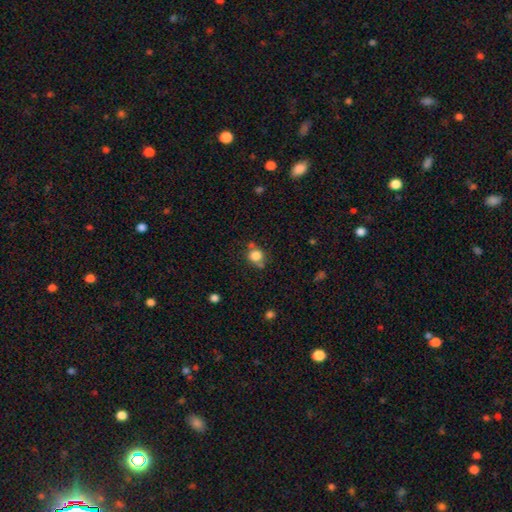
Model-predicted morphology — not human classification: This is clearly a smooth galaxy (80%). How rounded: likely round (78%). Merging: likely none (61%).